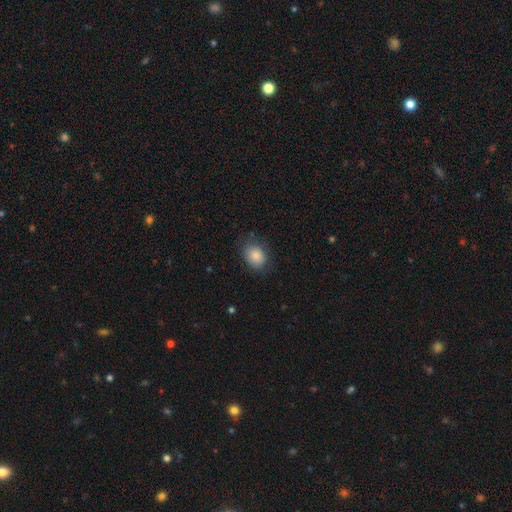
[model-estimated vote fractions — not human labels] This appears to be a smooth galaxy with no disk features (85%) that is in between round and cigar-shaped (59%). Merging: none (77%).